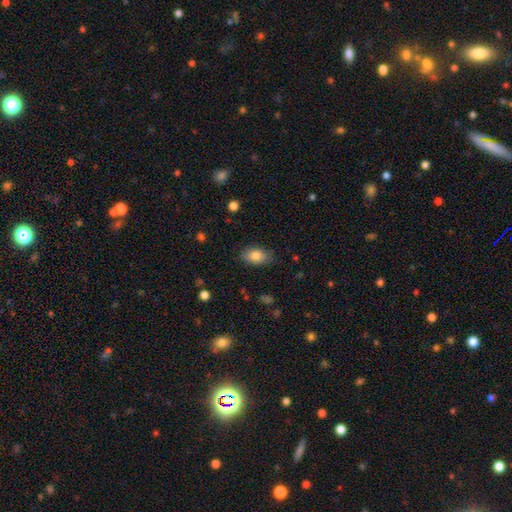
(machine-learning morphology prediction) type=smooth (81%); roundness=in between (90%); merging=none (82%).